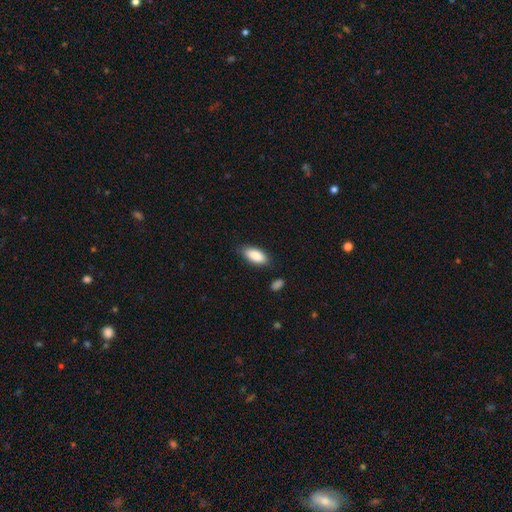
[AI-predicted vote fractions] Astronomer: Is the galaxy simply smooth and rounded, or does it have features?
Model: smooth — 88%.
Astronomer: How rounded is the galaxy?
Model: in between — 86%.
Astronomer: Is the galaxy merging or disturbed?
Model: none — 82%.